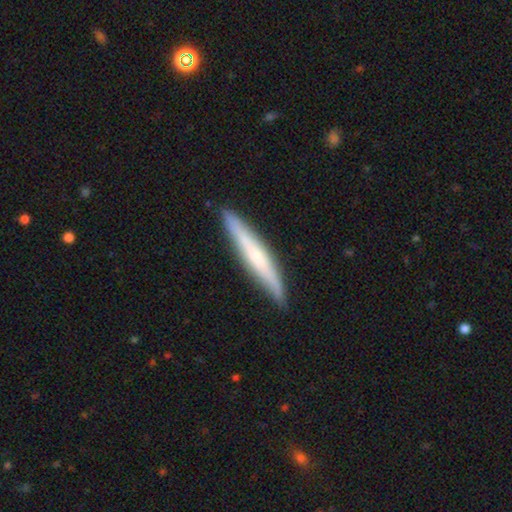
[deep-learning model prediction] Smooth or featured?
  - featured or disk: 49% *
  - smooth: 45%
  - star or artifact: 6%
Merging?
  - none: 88% *
  - minor disturbance: 9%
  - major disturbance: 2%
  - merger: 1%